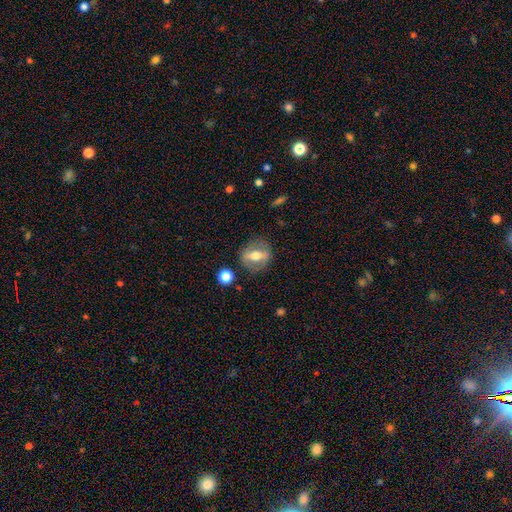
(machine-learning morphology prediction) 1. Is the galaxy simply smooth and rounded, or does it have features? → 56% featured or disk, 37% smooth, 8% star or artifact.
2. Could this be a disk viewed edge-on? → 66% no, 34% yes.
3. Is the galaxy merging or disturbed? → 81% none, 12% minor disturbance, 5% major disturbance, 2% merger.